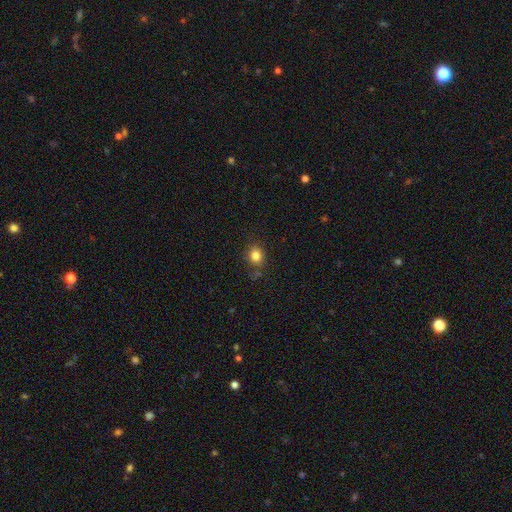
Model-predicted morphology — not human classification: This appears to be a smooth galaxy with no disk features (82%) that is round (72%). Merging: none (79%).